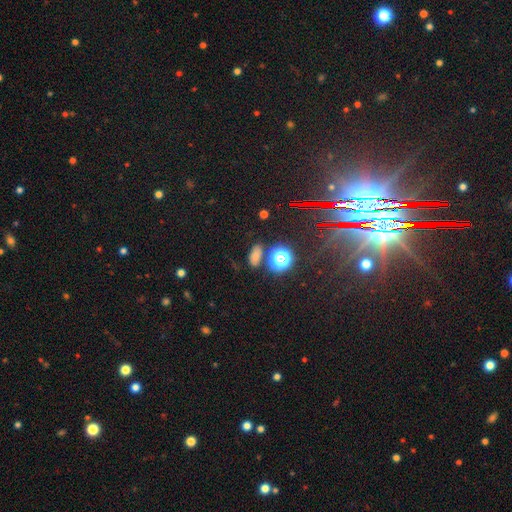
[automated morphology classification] Overall: smooth (63%; star or artifact 27%). How rounded: in between (76%). Merging: none (72%).